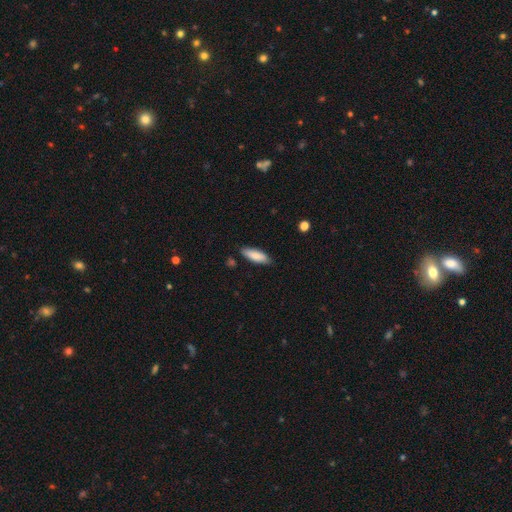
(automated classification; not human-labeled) Q: Smooth or featured?
A: smooth (85%); runner-up: featured or disk (9%)
Q: How rounded?
A: in between (54%); runner-up: cigar-shaped (45%)
Q: Merging?
A: none (84%); runner-up: minor disturbance (12%)